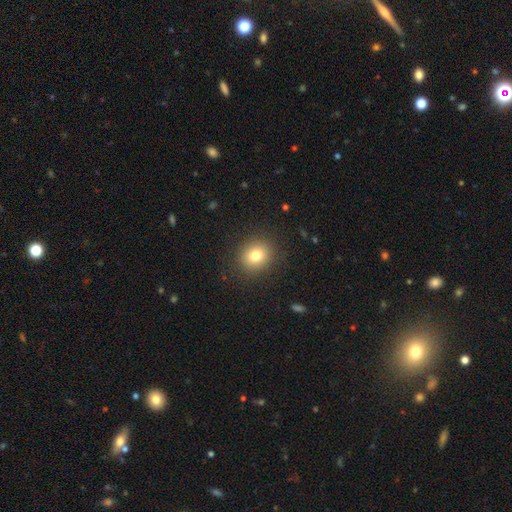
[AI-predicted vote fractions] This is likely a smooth galaxy (80%). How rounded: likely round (77%). Merging: clearly none (88%).